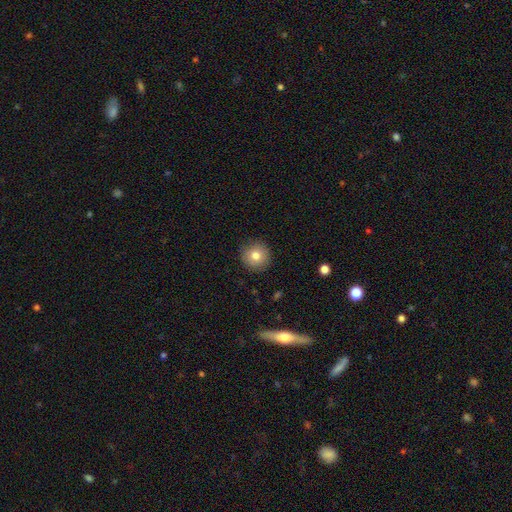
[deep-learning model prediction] This is likely a smooth galaxy (79%). How rounded: clearly round (94%). Merging: clearly none (90%).